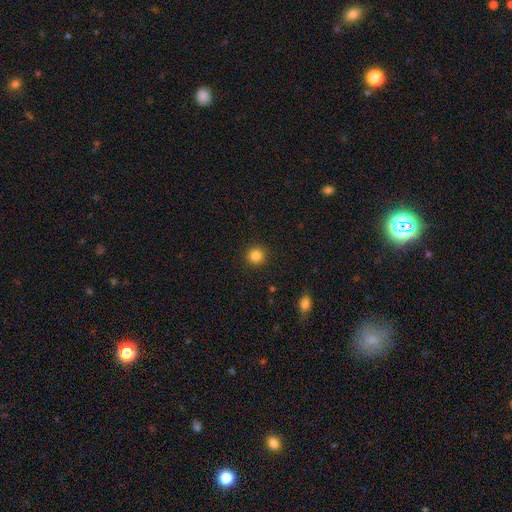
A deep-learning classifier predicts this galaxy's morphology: Smooth or featured? smooth (84%)
How rounded? round (95%)
Merging? none (92%)